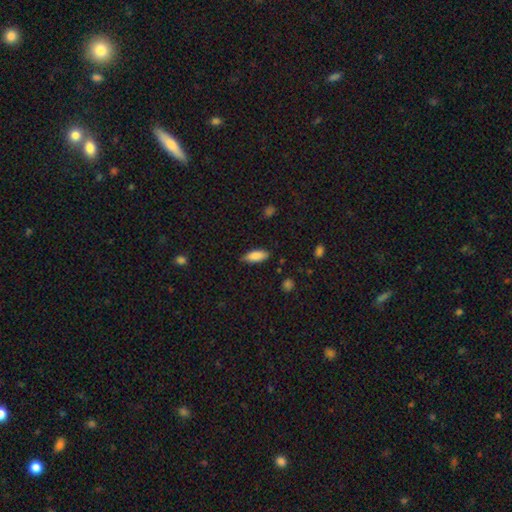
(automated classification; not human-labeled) A smooth galaxy with no disk features (85%) that is in between round and cigar-shaped (76%).

Vote fractions:
- Smooth or featured? smooth: 85% / featured or disk: 8% / star or artifact: 7%
- How rounded? in between: 76% / cigar-shaped: 22% / round: 2%
- Merging? none: 81% / minor disturbance: 15% / major disturbance: 3% / merger: 1%